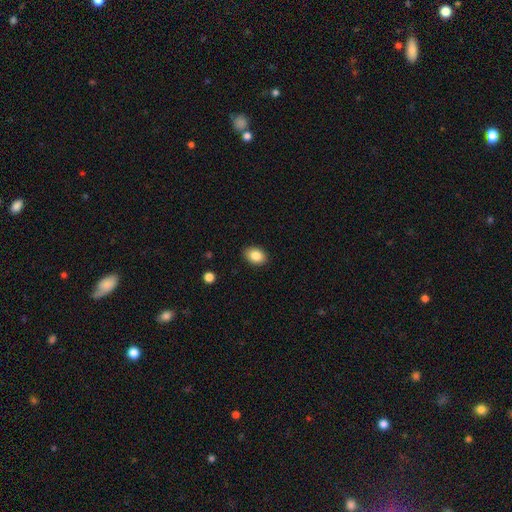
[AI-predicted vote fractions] A smooth galaxy with no disk features (86%) that is in between round and cigar-shaped (75%). Merging: none (89%).